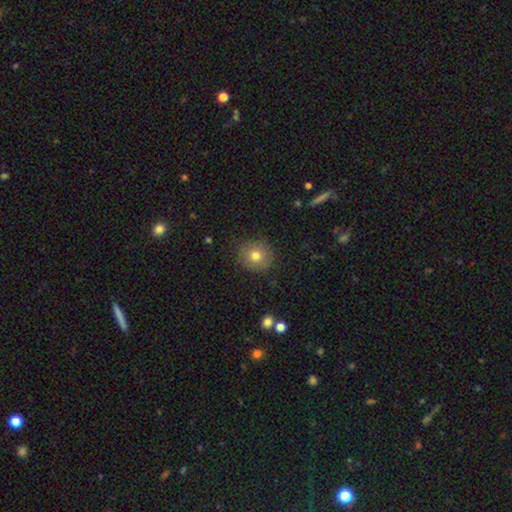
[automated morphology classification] Smooth or featured: smooth — 76% (featured or disk — 13%)
How rounded: round — 89% (in between — 10%)
Merging: none — 85% (minor disturbance — 10%)